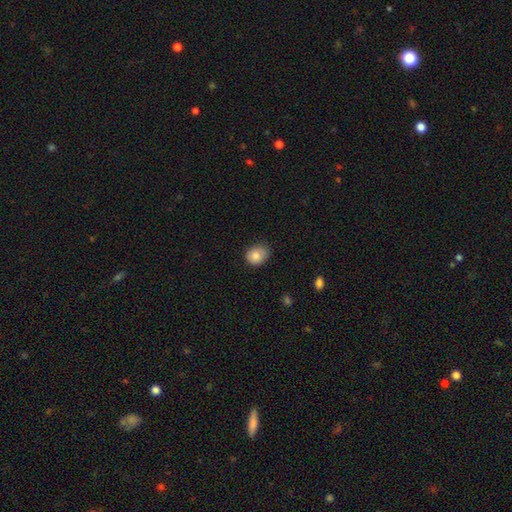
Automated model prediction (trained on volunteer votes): smooth_or_featured: smooth (p=0.82) [alt: star or artifact p=0.09]
how_rounded: round (p=0.60) [alt: in between p=0.39]
merging: none (p=0.62) [alt: minor disturbance p=0.31]